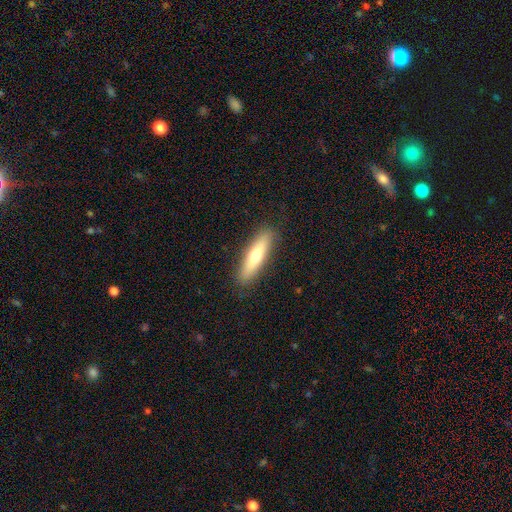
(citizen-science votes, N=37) smooth_or_featured: smooth (p=0.59) [alt: featured or disk p=0.38]
how_rounded: cigar-shaped (p=0.77) [alt: in between p=0.23]
merging: none (p=1.00)